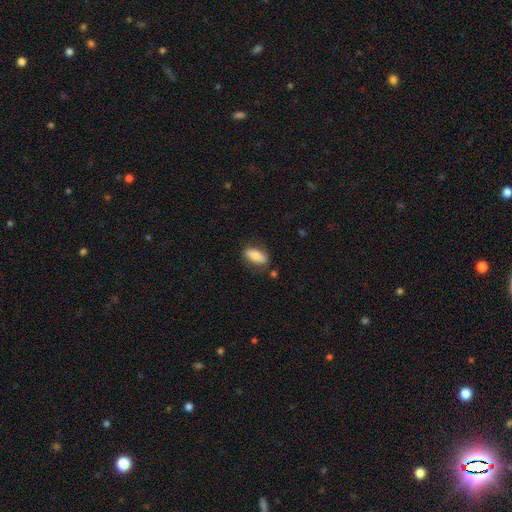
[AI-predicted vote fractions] The model was most divided on "smooth or featured": smooth: 77%, featured or disk: 16%, star or artifact: 7%. More confident: how rounded — in between (80%); merging — none (78%).